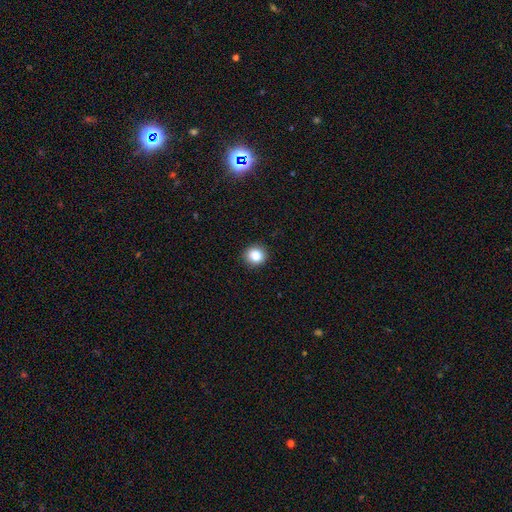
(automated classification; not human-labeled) smooth_or_featured: smooth (p=0.85) [alt: star or artifact p=0.10]
how_rounded: round (p=0.87) [alt: in between p=0.12]
merging: none (p=0.91) [alt: minor disturbance p=0.06]